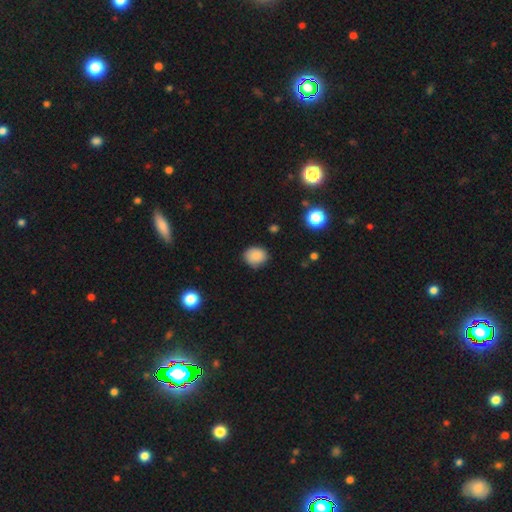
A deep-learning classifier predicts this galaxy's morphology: type=smooth (86%); roundness=round (69%); merging=none (82%).